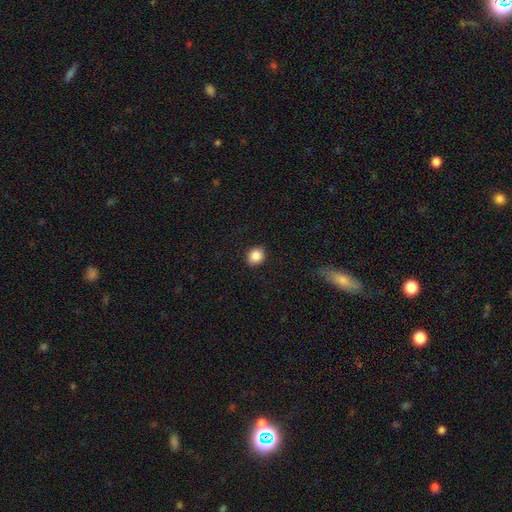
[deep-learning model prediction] smooth_or_featured: smooth (p=0.87) [alt: star or artifact p=0.09]
how_rounded: round (p=0.64) [alt: in between p=0.35]
merging: none (p=0.89) [alt: minor disturbance p=0.08]